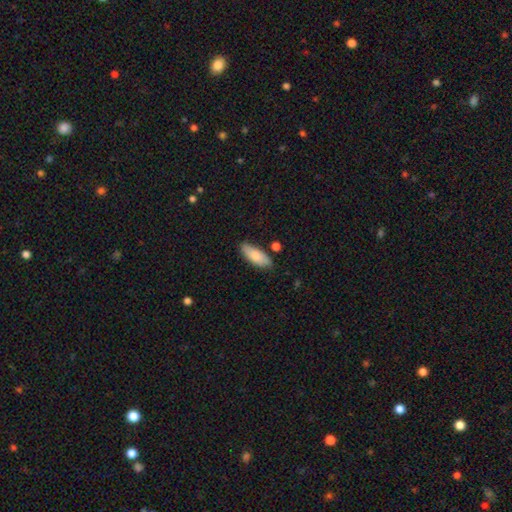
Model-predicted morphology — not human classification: Q: Smooth or featured?
A: smooth (81%); runner-up: featured or disk (13%)
Q: How rounded?
A: in between (79%); runner-up: cigar-shaped (19%)
Q: Merging?
A: none (74%); runner-up: minor disturbance (18%)